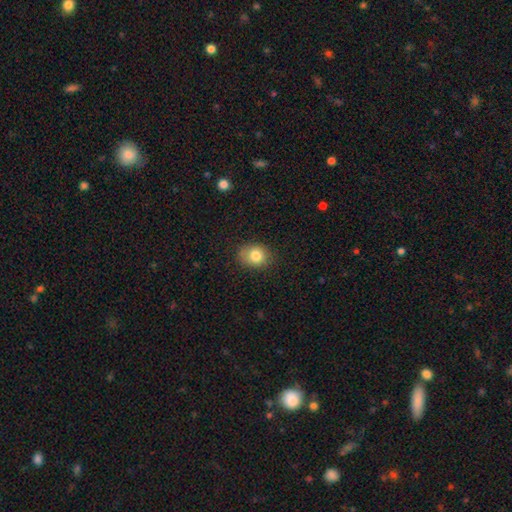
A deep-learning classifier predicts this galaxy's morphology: Overall: smooth (82%). How rounded: round (57%; in between 43%). Merging: none (78%).